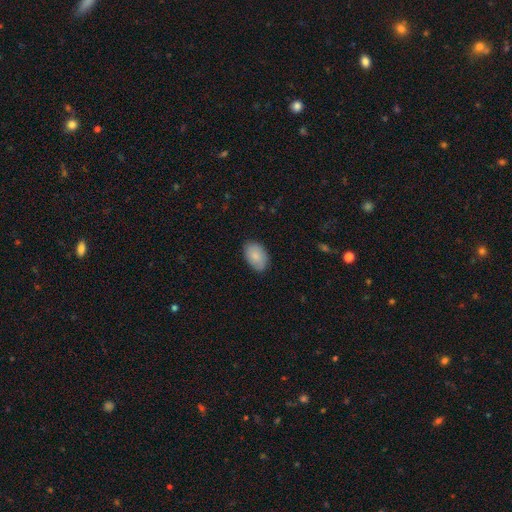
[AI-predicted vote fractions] Smooth or featured? smooth (85%)
How rounded? in between (90%)
Merging? none (83%)